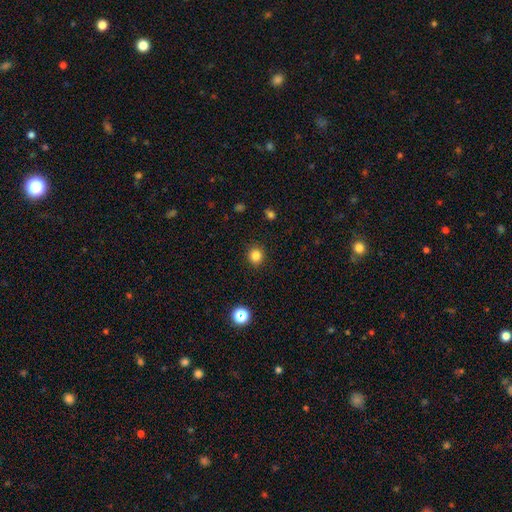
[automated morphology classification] type=smooth (83%); roundness=round (89%); merging=none (91%).